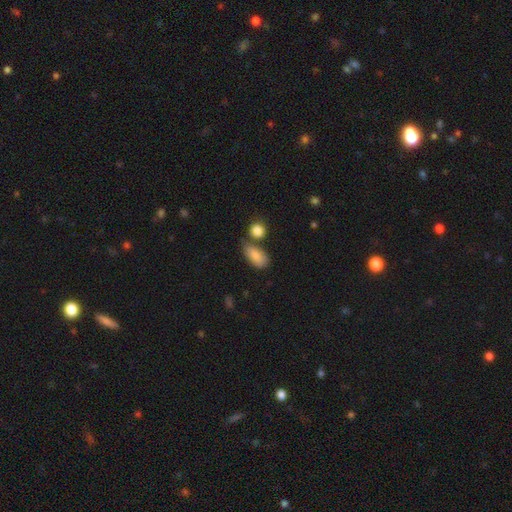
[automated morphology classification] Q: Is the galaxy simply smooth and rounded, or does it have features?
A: smooth — 82%.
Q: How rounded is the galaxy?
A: in between — 88%.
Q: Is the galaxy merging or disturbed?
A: none — 54%.